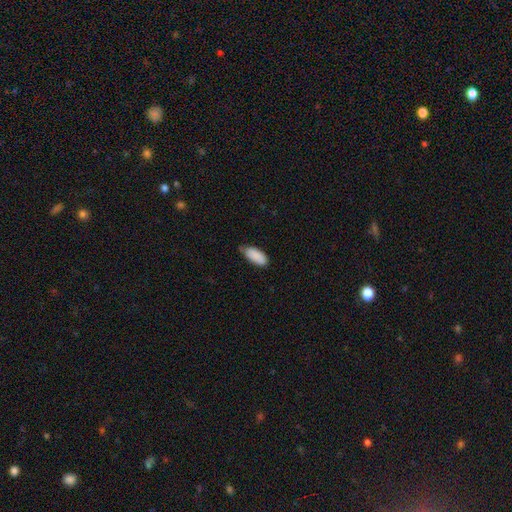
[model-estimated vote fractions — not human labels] smooth 89%, star or artifact 6%, featured or disk 4%. Down the decision tree: how rounded — in between (88%); merging — none (60%).